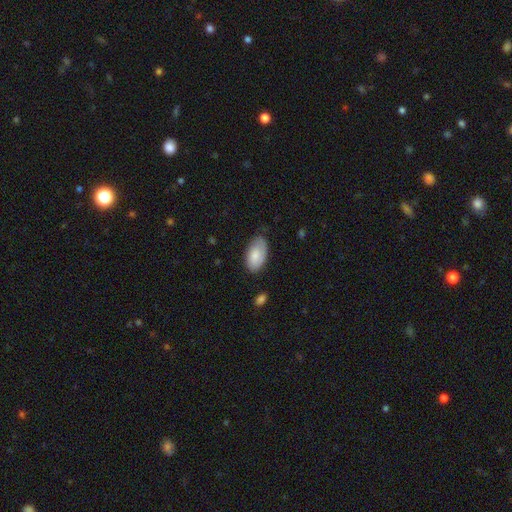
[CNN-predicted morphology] Q: Smooth or featured?
A: smooth (80%); runner-up: featured or disk (15%)
Q: How rounded?
A: in between (95%); runner-up: round (3%)
Q: Merging?
A: none (68%); runner-up: minor disturbance (25%)